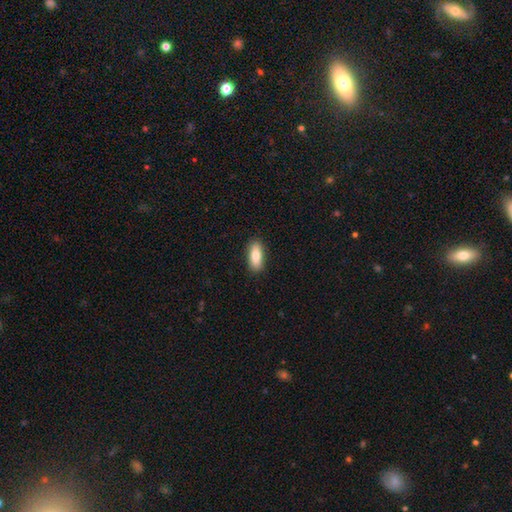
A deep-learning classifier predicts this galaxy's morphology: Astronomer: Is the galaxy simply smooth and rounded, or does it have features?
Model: smooth — 82%.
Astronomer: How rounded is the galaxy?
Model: in between — 77%.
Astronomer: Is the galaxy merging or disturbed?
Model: none — 89%.